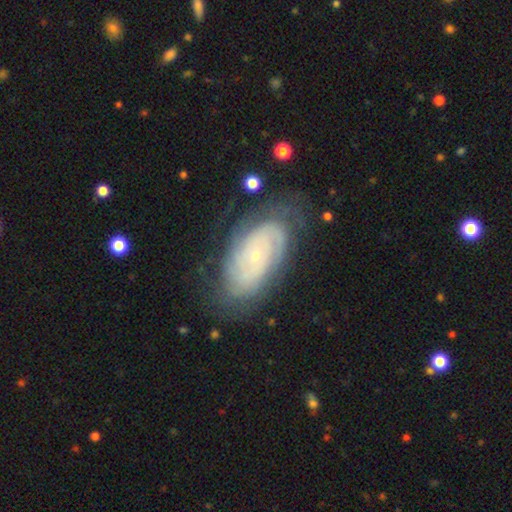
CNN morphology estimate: The model was most divided on "spiral arm count": can't tell: 46%, 2: 23%, 3: 12%, 4: 9%, more than 4: 5%, 1: 5%. More confident: edge-on disk — no (95%); spiral arms — yes (92%); bar — no (81%); smooth or featured — featured or disk (81%); bulge size — small (78%); spiral winding — tight (76%); merging — none (70%).